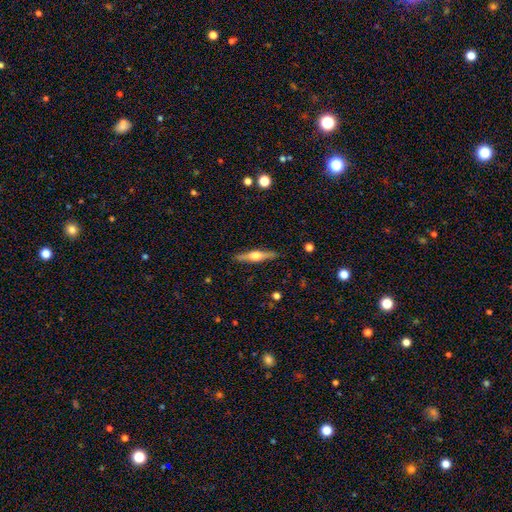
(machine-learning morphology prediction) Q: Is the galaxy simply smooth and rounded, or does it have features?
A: featured or disk — 65%.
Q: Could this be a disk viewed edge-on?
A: yes — 96%.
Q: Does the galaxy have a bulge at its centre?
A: rounded — 94%.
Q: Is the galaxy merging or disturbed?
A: none — 90%.